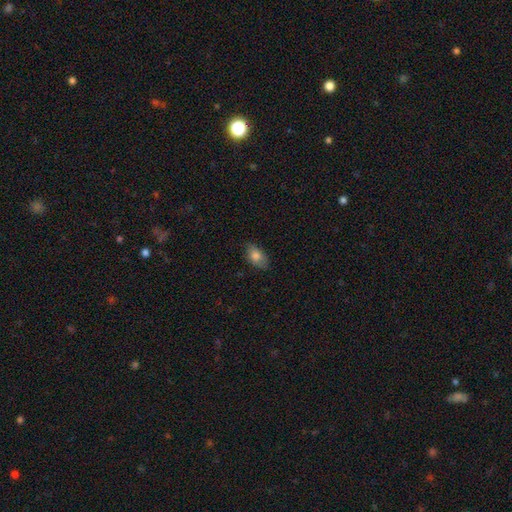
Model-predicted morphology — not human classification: smooth 78%, featured or disk 14%, star or artifact 8%. Down the decision tree: how rounded — in between (91%); merging — none (75%).